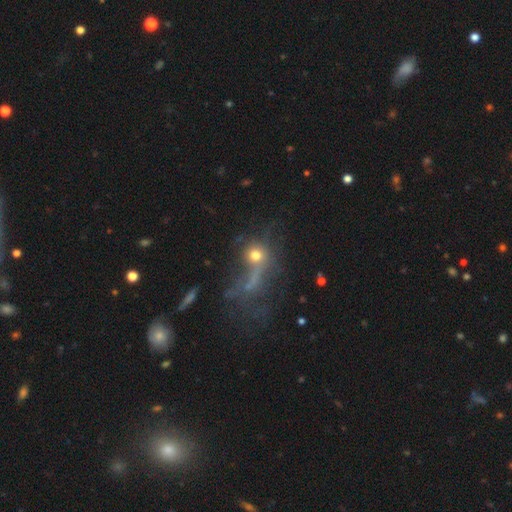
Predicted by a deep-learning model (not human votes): This appears to be a smooth galaxy with no disk features (57%) that is round (80%). Merging: major disturbance (37%).